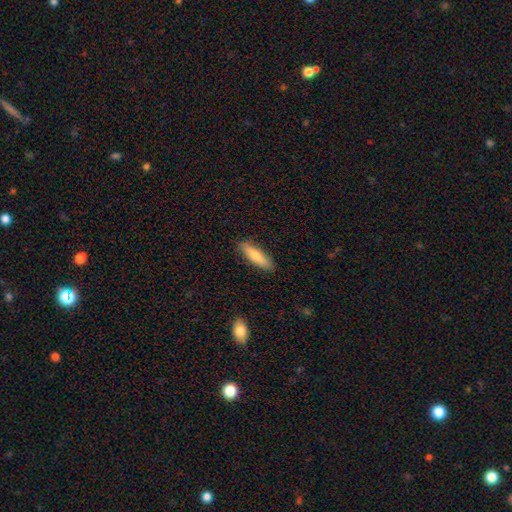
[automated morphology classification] type=smooth (81%); roundness=cigar-shaped (70%); merging=none (89%).